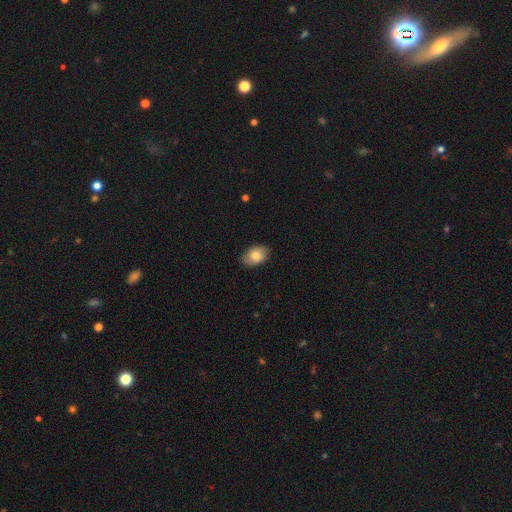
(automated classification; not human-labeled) Smooth or featured?
  - smooth: 82% *
  - featured or disk: 10%
  - star or artifact: 7%
How rounded?
  - in between: 83% *
  - round: 16%
  - cigar-shaped: 1%
Merging?
  - none: 86% *
  - minor disturbance: 11%
  - major disturbance: 2%
  - merger: 1%